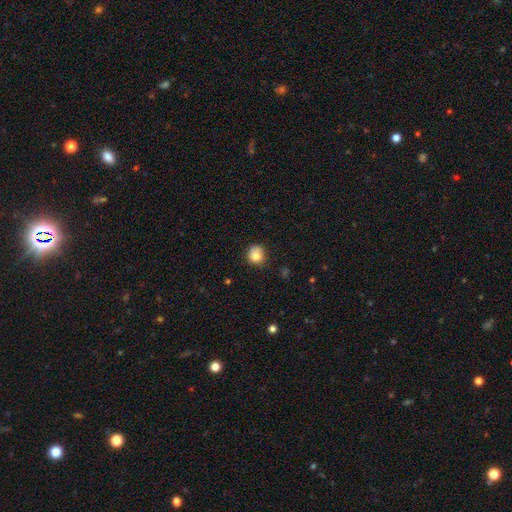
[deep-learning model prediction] The model was most divided on "merging": none: 63%, minor disturbance: 27%, major disturbance: 7%, merger: 3%. More confident: smooth or featured — smooth (81%); how rounded — round (78%).